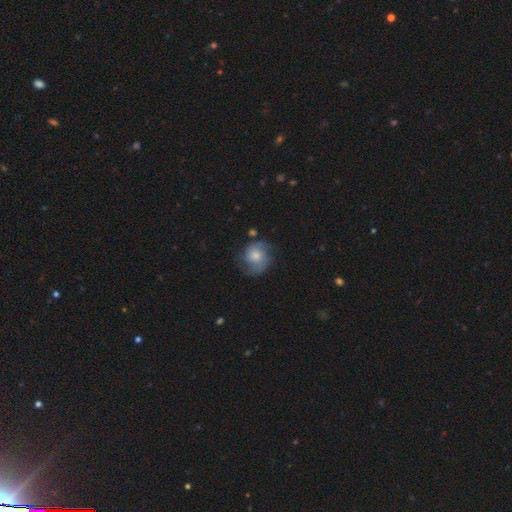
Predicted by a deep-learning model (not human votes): Overall: smooth (53%; featured or disk 39%). How rounded: round (75%). Merging: none (59%; minor disturbance 26%).